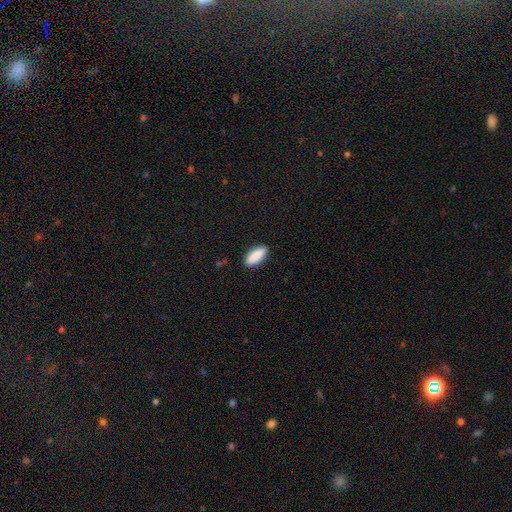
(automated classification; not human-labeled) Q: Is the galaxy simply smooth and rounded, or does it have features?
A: smooth — 87%.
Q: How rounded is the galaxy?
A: in between — 70%.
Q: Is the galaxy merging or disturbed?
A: none — 88%.